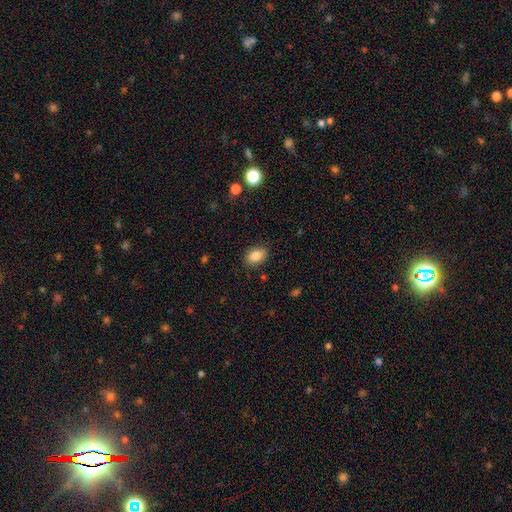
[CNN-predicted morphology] The model was most divided on "how rounded": in between: 80%, round: 18%, cigar-shaped: 1%. More confident: merging — none (85%); smooth or featured — smooth (84%).